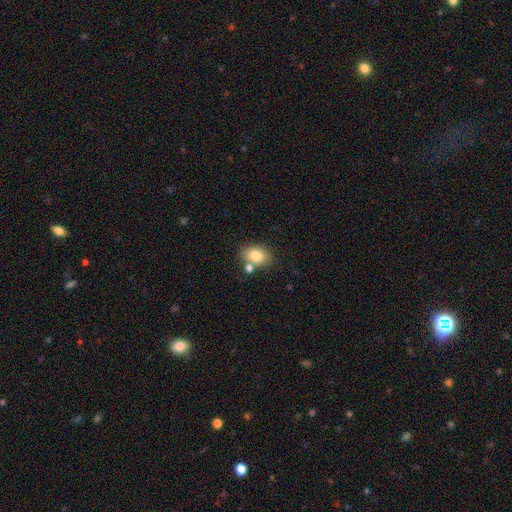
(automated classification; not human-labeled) Smooth or featured? Predicted: smooth (p=0.81). How rounded? Predicted: in between (p=0.73). Merging? Predicted: none (p=0.67).